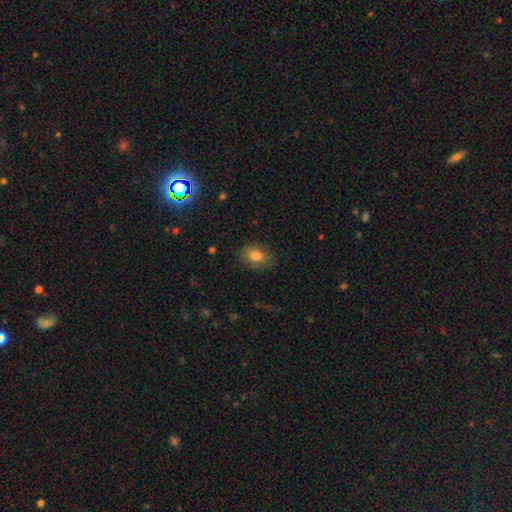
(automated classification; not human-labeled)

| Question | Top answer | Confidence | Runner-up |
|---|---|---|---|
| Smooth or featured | smooth | 80% | featured or disk (11%) |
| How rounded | in between | 65% | round (34%) |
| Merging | none | 82% | minor disturbance (13%) |